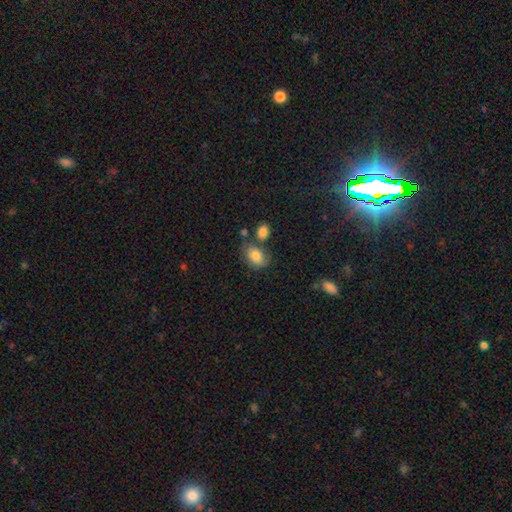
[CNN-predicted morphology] Smooth or featured? Predicted: smooth (p=0.79). How rounded? Predicted: in between (p=0.79). Merging? Predicted: none (p=0.57).